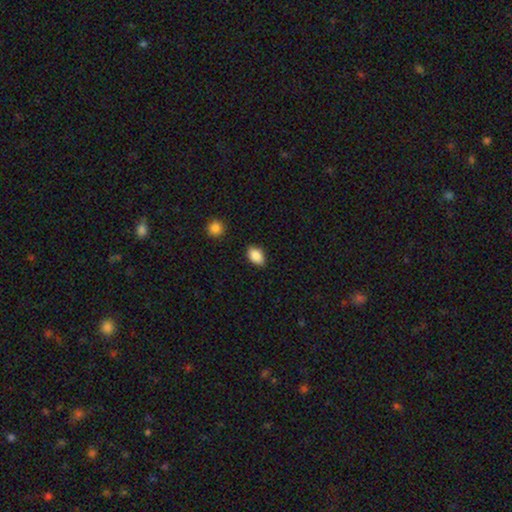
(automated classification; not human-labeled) A smooth galaxy with no disk features (87%) that is in between round and cigar-shaped (87%).

Vote fractions:
- Smooth or featured? smooth: 87% / star or artifact: 8% / featured or disk: 5%
- How rounded? in between: 87% / round: 12% / cigar-shaped: 2%
- Merging? none: 83% / minor disturbance: 13% / major disturbance: 2% / merger: 2%